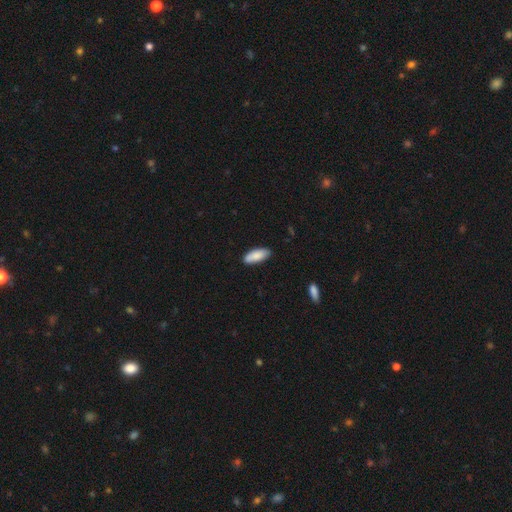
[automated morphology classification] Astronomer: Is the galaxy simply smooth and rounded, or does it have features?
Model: smooth — 86%.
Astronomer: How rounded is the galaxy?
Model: in between — 78%.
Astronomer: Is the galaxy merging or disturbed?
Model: none — 82%.